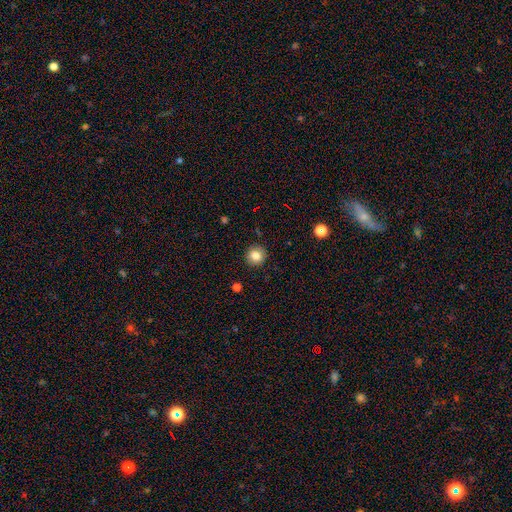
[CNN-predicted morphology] This is clearly a smooth galaxy (83%). How rounded: clearly round (92%). Merging: clearly none (90%).